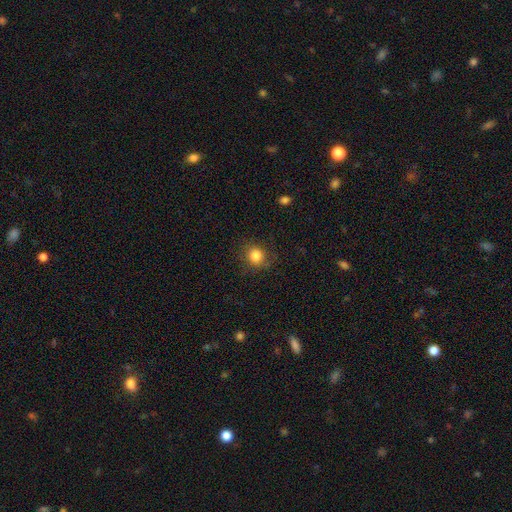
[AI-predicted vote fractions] Smooth or featured? Predicted: smooth (p=0.84). How rounded? Predicted: round (p=0.87). Merging? Predicted: none (p=0.83).